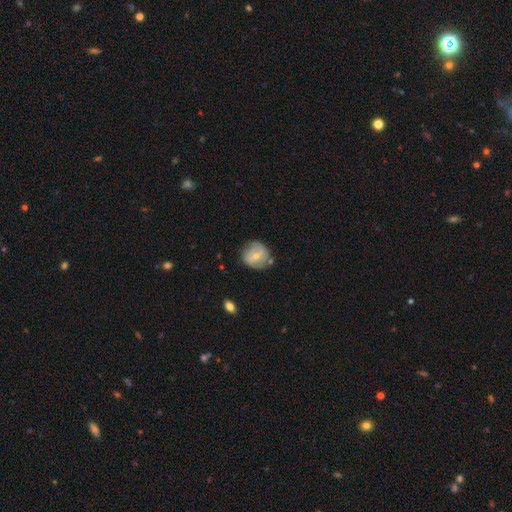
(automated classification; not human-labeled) Smooth or featured? Predicted: smooth (p=0.50). How rounded? Predicted: round (p=0.83). Merging? Predicted: none (p=0.66).